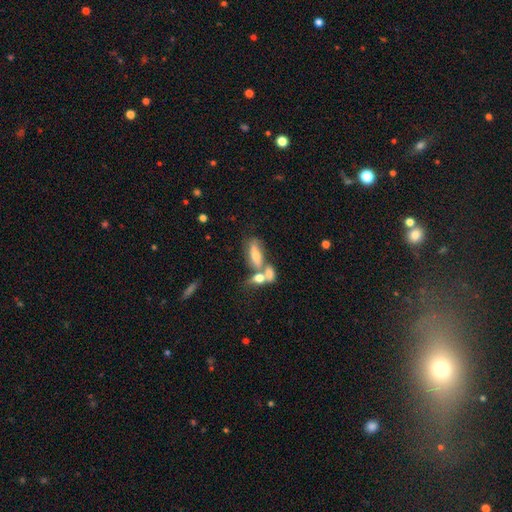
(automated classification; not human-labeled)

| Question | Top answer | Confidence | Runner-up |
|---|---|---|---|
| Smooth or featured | smooth | 57% | featured or disk (34%) |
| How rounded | in between | 73% | cigar-shaped (21%) |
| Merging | merger | 55% | none (27%) |